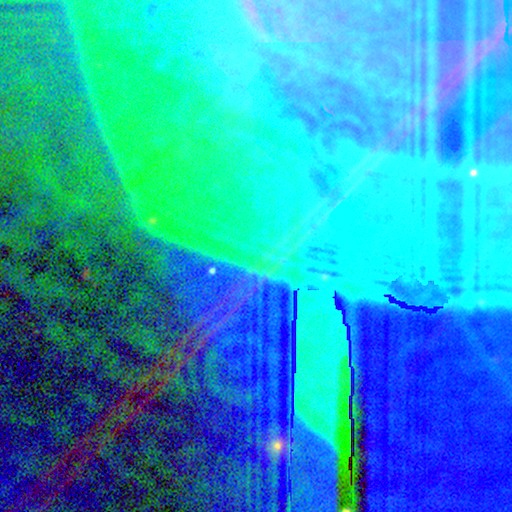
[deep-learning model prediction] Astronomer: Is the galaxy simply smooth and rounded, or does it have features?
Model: star or artifact — 86%.